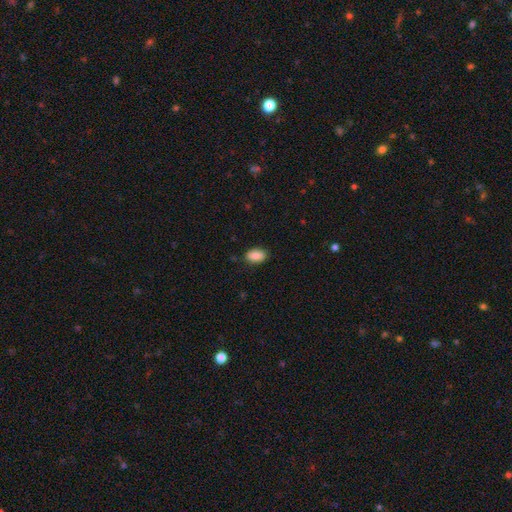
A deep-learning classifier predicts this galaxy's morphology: A smooth galaxy with no disk features (88%) that is in between round and cigar-shaped (92%).

Vote fractions:
- Smooth or featured? smooth: 88% / star or artifact: 7% / featured or disk: 5%
- How rounded? in between: 92% / round: 6% / cigar-shaped: 2%
- Merging? none: 83% / minor disturbance: 14% / major disturbance: 3% / merger: 1%